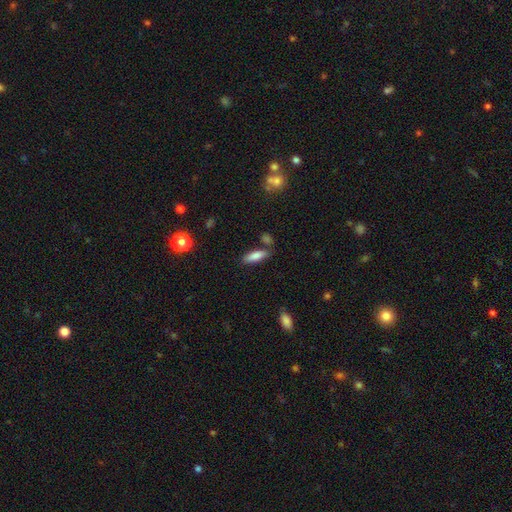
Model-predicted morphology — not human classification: type=smooth (81%); roundness=cigar-shaped (49%, tied with in between); merging=none (73%).